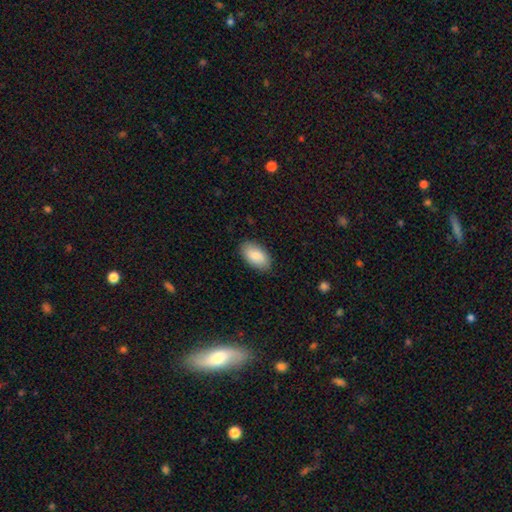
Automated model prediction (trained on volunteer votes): Smooth or featured: smooth — 87% (featured or disk — 8%)
How rounded: in between — 95% (round — 3%)
Merging: none — 86% (minor disturbance — 10%)